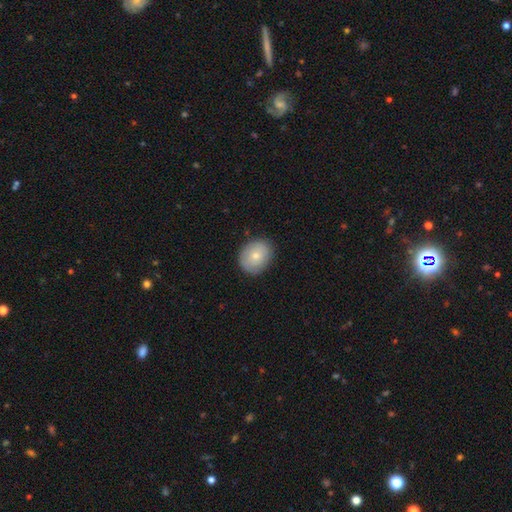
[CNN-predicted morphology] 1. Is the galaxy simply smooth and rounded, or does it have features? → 72% smooth, 21% featured or disk, 7% star or artifact.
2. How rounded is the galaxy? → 54% round, 45% in between, 1% cigar-shaped.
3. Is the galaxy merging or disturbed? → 83% none, 13% minor disturbance, 3% major disturbance, 1% merger.